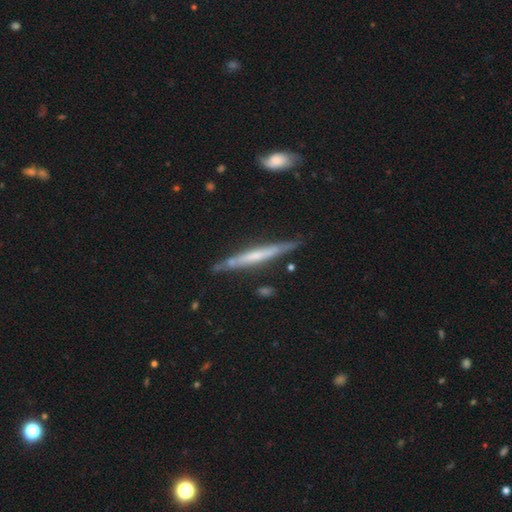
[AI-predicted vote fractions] featured or disk 61%, smooth 33%, star or artifact 6%. Down the decision tree: edge-on disk — yes (94%); edge-on bulge — none (62%); merging — none (80%).